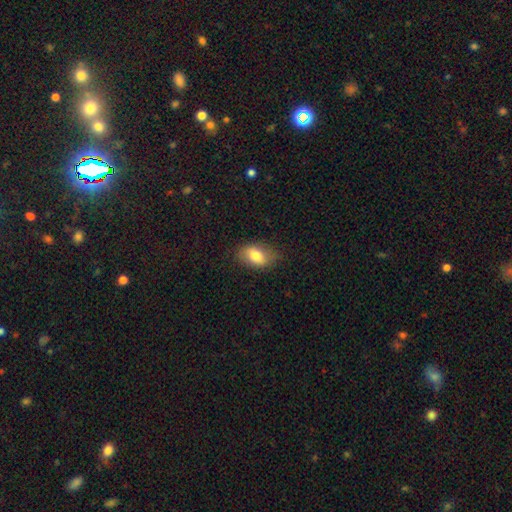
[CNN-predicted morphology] A smooth galaxy with no disk features (78%) that is in between round and cigar-shaped (87%).

Vote fractions:
- Smooth or featured? smooth: 78% / featured or disk: 14% / star or artifact: 8%
- How rounded? in between: 87% / round: 11% / cigar-shaped: 2%
- Merging? none: 75% / minor disturbance: 19% / major disturbance: 5% / merger: 1%